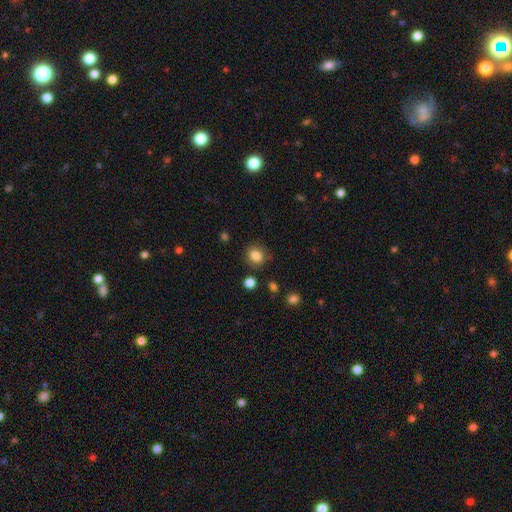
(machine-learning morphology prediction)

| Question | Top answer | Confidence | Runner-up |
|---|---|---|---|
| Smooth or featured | smooth | 84% | star or artifact (10%) |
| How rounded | round | 62% | in between (37%) |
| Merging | none | 82% | minor disturbance (12%) |